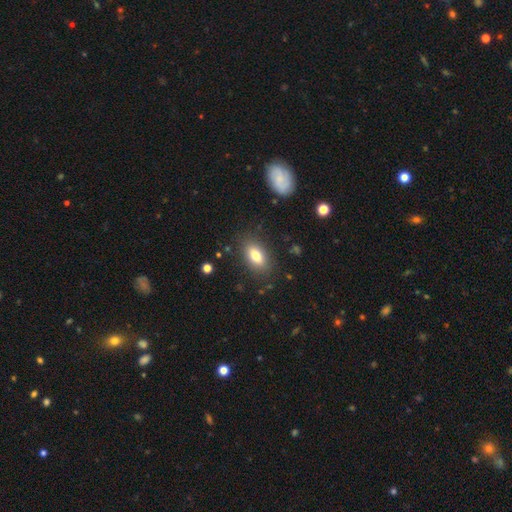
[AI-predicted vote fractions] smooth 79%, featured or disk 13%, star or artifact 8%. Down the decision tree: how rounded — in between (88%); merging — none (85%).